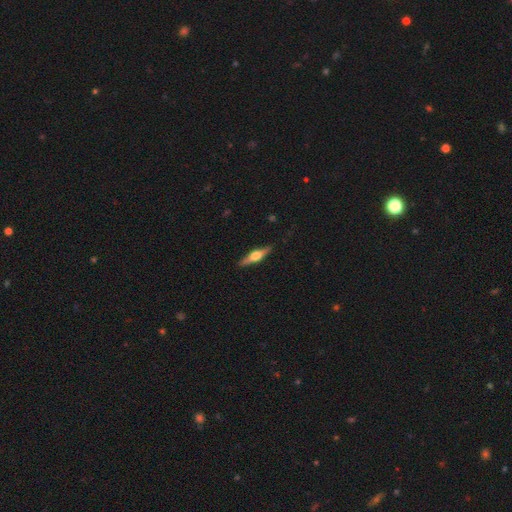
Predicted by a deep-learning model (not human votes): This appears to be a featured or disk galaxy (67%) viewed edge-on (97%) with a rounded central bulge (94%). Merging: none (89%).